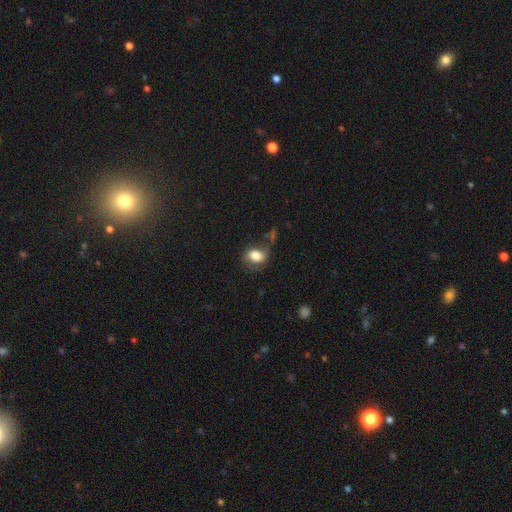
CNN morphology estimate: Smooth or featured? smooth (72%)
How rounded? in between (69%)
Merging? none (55%)